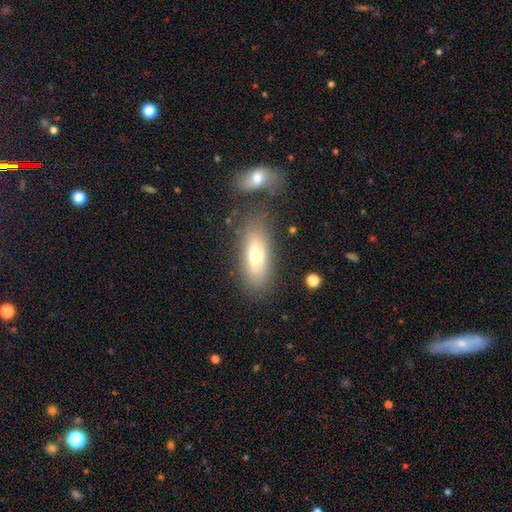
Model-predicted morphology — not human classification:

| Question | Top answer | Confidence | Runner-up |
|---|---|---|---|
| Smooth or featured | smooth | 70% | featured or disk (21%) |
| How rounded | in between | 74% | cigar-shaped (22%) |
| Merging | none | 74% | minor disturbance (13%) |